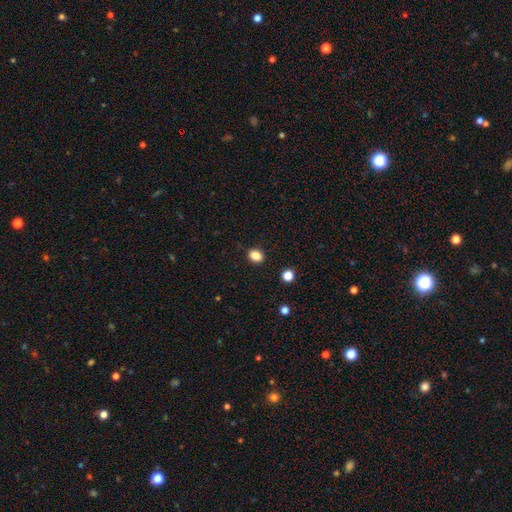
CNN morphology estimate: Smooth or featured?
  - smooth: 85% *
  - star or artifact: 11%
  - featured or disk: 4%
How rounded?
  - in between: 57% *
  - round: 42%
  - cigar-shaped: 1%
Merging?
  - none: 89% *
  - minor disturbance: 8%
  - major disturbance: 2%
  - merger: 1%